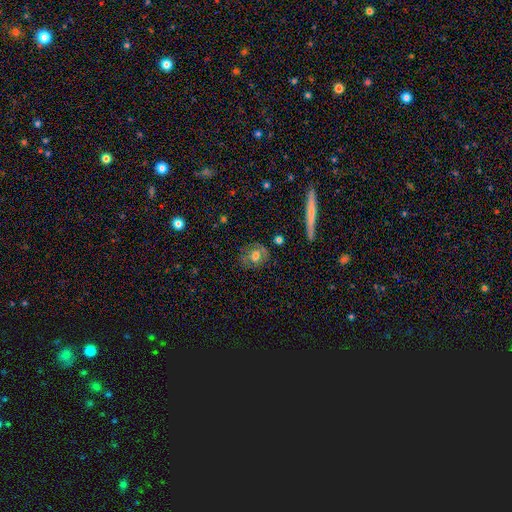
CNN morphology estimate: Overall: smooth (51%; featured or disk 39%). How rounded: round (57%; in between 40%). Merging: none (73%).